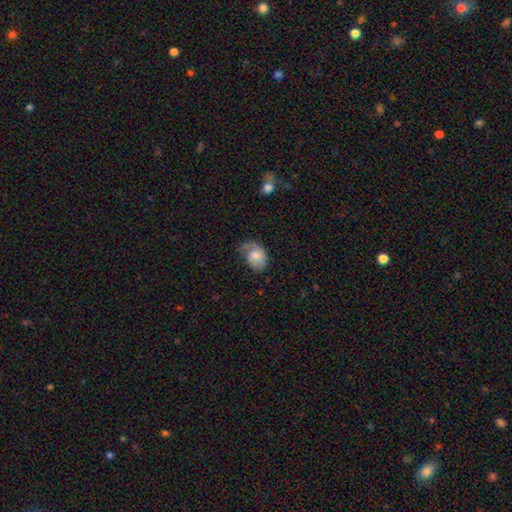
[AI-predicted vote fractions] Morphology: type=smooth (53%); roundness=in between (72%); merging=none (43%).